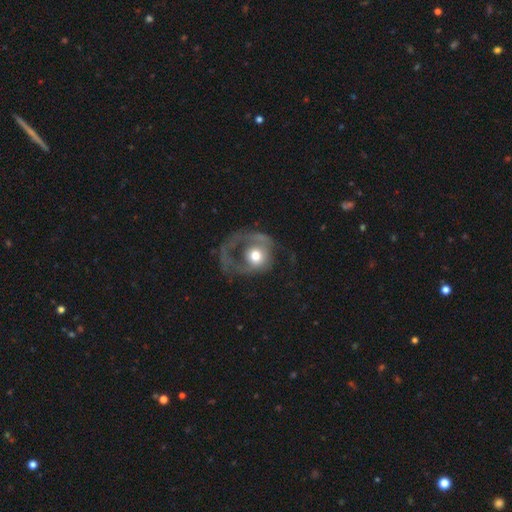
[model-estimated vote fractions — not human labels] This appears to be a featured or disk galaxy (51%). Merging: major disturbance (63%).